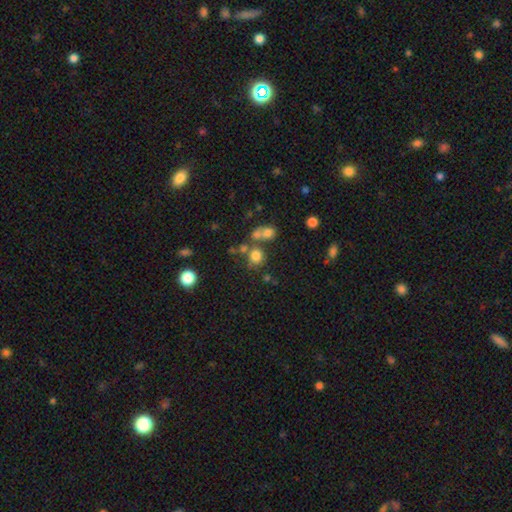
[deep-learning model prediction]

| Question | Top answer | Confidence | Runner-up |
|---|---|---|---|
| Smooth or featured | smooth | 75% | star or artifact (16%) |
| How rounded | round | 81% | in between (18%) |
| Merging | none | 58% | merger (26%) |